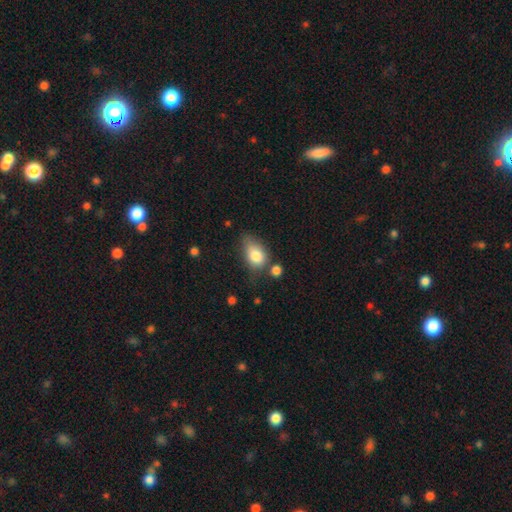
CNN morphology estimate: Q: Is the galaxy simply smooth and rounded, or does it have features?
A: smooth — 80%.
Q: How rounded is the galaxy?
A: in between — 80%.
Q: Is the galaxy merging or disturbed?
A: none — 40%.